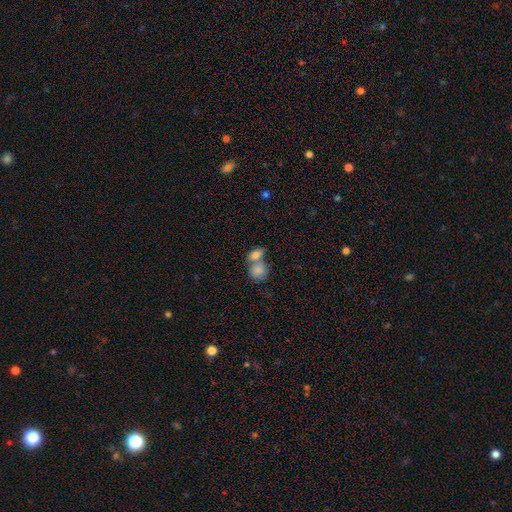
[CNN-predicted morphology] A smooth galaxy with no disk features (82%) that is in between round and cigar-shaped (70%).

Vote fractions:
- Smooth or featured? smooth: 82% / featured or disk: 11% / star or artifact: 8%
- How rounded? in between: 70% / round: 27% / cigar-shaped: 4%
- Merging? merger: 59% / none: 30% / minor disturbance: 8% / major disturbance: 3%